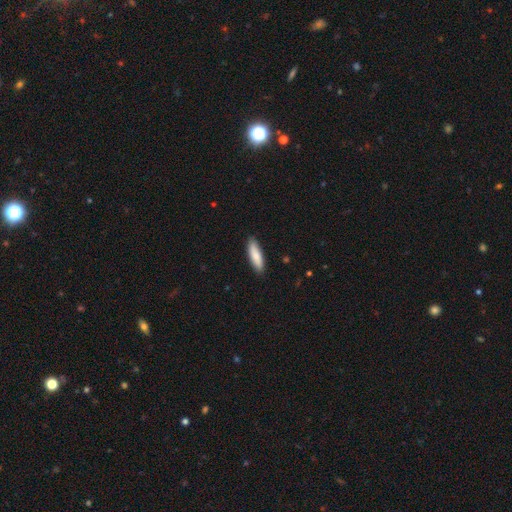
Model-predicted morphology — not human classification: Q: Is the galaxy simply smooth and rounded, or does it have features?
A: smooth — 84%.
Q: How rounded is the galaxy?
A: cigar-shaped — 58%.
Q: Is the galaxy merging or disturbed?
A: none — 87%.